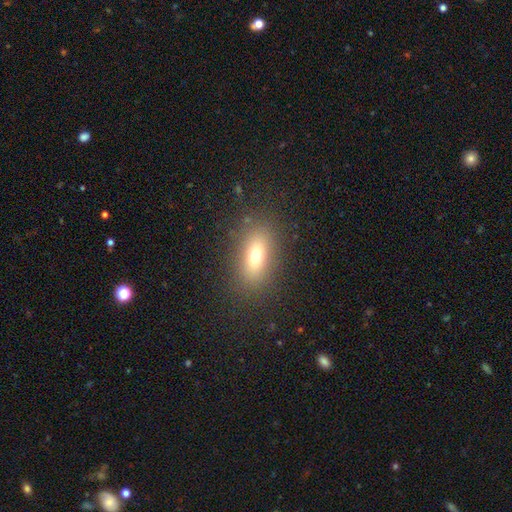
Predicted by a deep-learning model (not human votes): This appears to be a smooth galaxy with no disk features (71%) that is in between round and cigar-shaped (77%). Merging: none (85%).